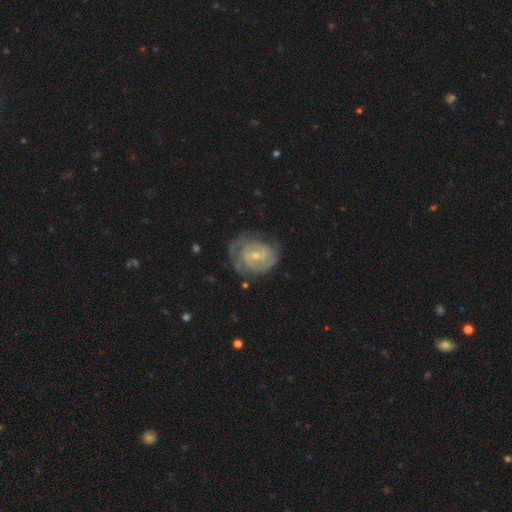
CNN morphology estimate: A featured or disk galaxy (81%) with a weak bar (52%), 2 (45%) tight (63%) spiral arms (90%) and a small central bulge (67%). Merging: none (59%).